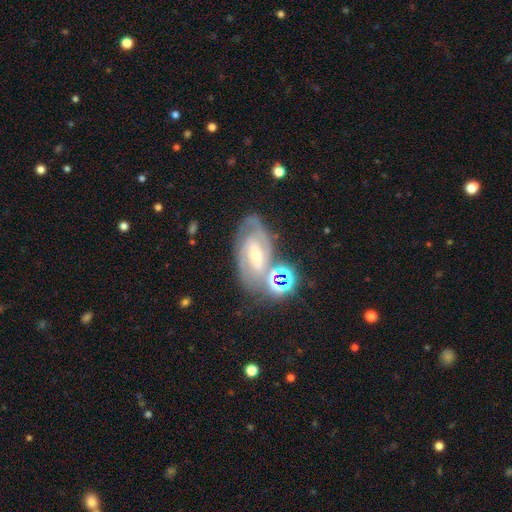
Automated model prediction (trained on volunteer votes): featured or disk 77%, smooth 12%, star or artifact 11%. Down the decision tree: edge-on disk — no (95%); bar — weak (41%); spiral arms — yes (91%); spiral arm count — 2 (56%); spiral winding — tight (55%); bulge size — small (59%); merging — none (63%).